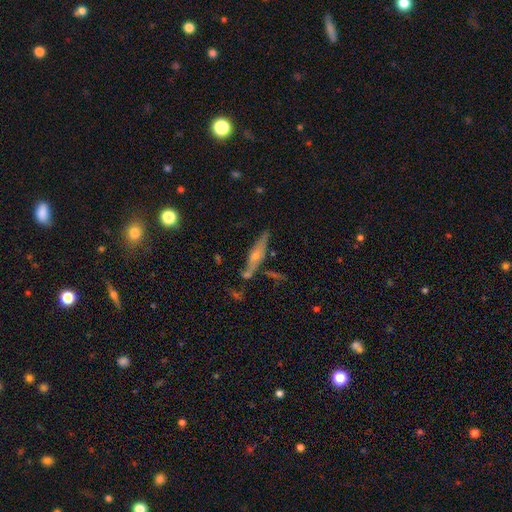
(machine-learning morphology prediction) The model was most divided on "smooth or featured": featured or disk: 63%, smooth: 28%, star or artifact: 9%. More confident: edge-on disk — yes (89%); edge-on bulge — rounded (83%); merging — none (68%).